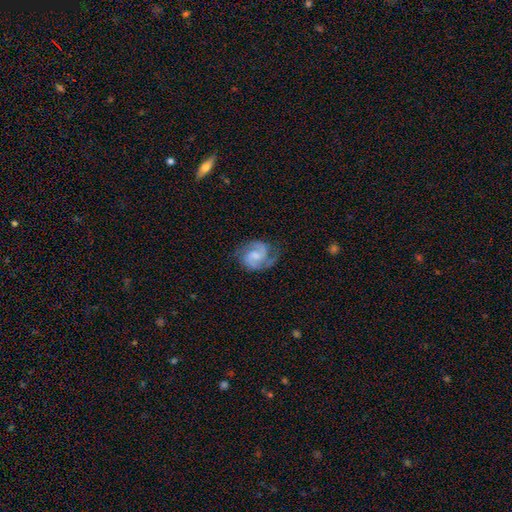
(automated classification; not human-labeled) Smooth or featured?
  - featured or disk: 84% *
  - smooth: 11%
  - star or artifact: 5%
Edge-on disk?
  - no: 98% *
  - yes: 2%
Bar?
  - weak: 48% *
  - no: 44%
  - strong: 9%
Spiral arms?
  - yes: 97% *
  - no: 3%
Spiral winding?
  - medium: 53% *
  - tight: 33%
  - loose: 15%
Spiral arm count?
  - 2: 87% *
  - can't tell: 4%
  - 1: 3%
  - 3: 3%
  - 4: 1%
  - more than 4: 1%
Bulge size?
  - moderate: 38% *
  - small: 36%
  - none: 19%
  - large: 6%
  - dominant: 1%
Merging?
  - none: 70% *
  - minor disturbance: 20%
  - major disturbance: 9%
  - merger: 1%